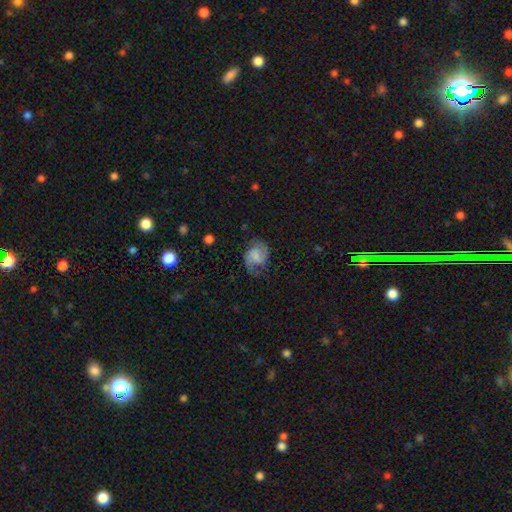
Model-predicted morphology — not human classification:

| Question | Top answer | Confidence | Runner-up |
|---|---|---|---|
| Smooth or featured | featured or disk | 65% | smooth (27%) |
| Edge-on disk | no | 98% | yes (2%) |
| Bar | weak | 49% | no (39%) |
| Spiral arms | yes | 92% | no (8%) |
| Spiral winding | medium | 50% | loose (28%) |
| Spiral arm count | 2 | 86% | can't tell (7%) |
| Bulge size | small | 35% | none (32%) |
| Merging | none | 62% | minor disturbance (23%) |